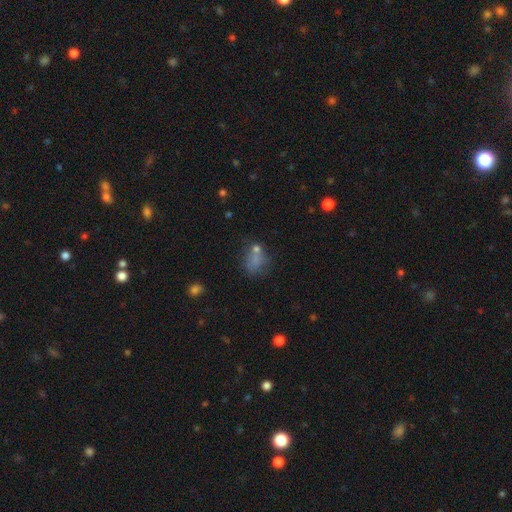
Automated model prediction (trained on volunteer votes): This appears to be a smooth galaxy with no disk features (65%) that is in between round and cigar-shaped (55%). Merging: none (45%).